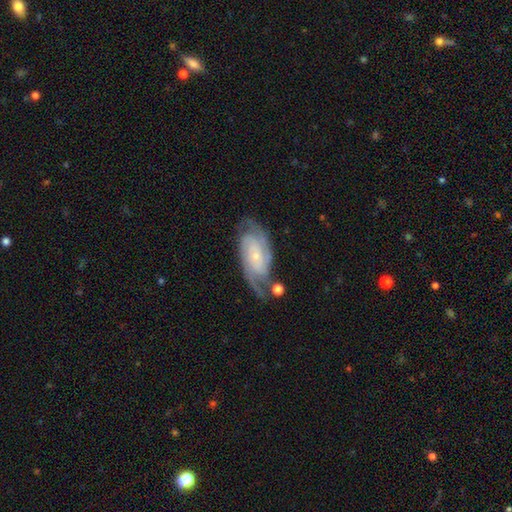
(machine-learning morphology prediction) A featured or disk galaxy (85%) with no bar (63%), 2 (62%) tight (49%) spiral arms (97%) and a small central bulge (78%). Merging: none (64%).